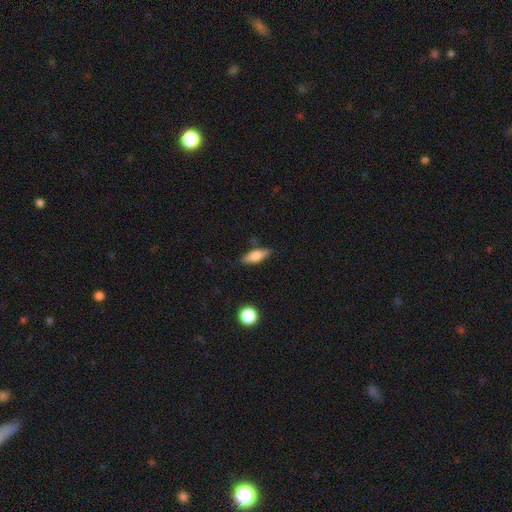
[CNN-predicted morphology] Smooth or featured? smooth (65%)
How rounded? in between (59%)
Merging? none (83%)